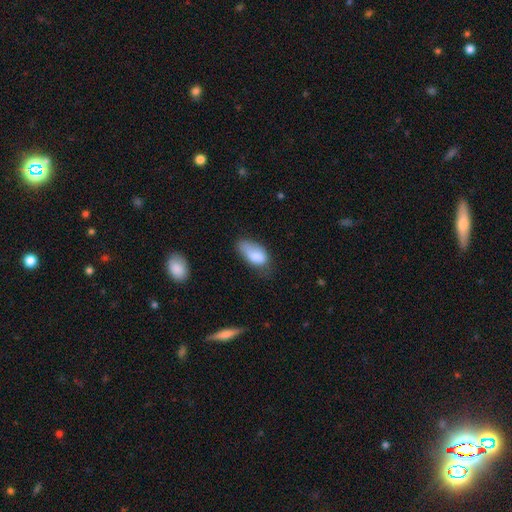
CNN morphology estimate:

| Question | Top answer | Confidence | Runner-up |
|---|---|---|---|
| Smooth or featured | smooth | 79% | featured or disk (13%) |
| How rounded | in between | 91% | cigar-shaped (5%) |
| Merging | minor disturbance | 37% | none (36%) |